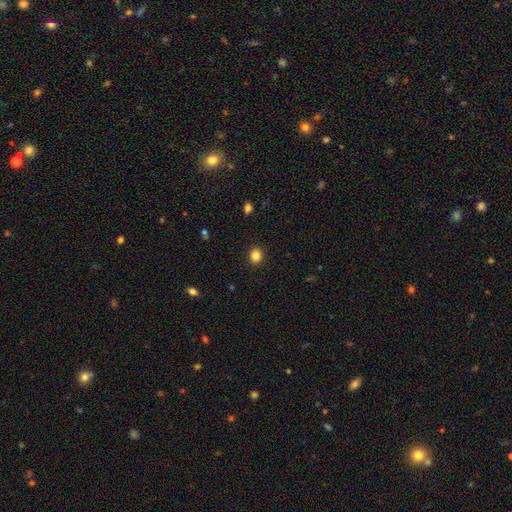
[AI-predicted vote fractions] A smooth galaxy with no disk features (85%) that is round (74%).

Vote fractions:
- Smooth or featured? smooth: 85% / star or artifact: 11% / featured or disk: 4%
- How rounded? round: 74% / in between: 25% / cigar-shaped: 1%
- Merging? none: 92% / minor disturbance: 6% / major disturbance: 2% / merger: 1%